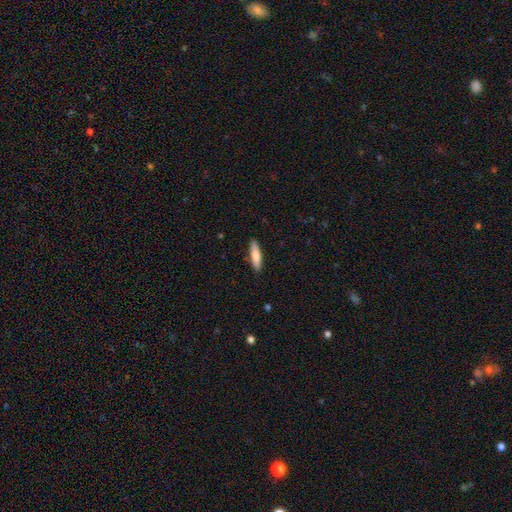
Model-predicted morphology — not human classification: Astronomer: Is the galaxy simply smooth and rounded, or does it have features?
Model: smooth — 77%.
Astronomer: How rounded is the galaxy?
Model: cigar-shaped — 74%.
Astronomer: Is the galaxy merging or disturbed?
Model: none — 89%.